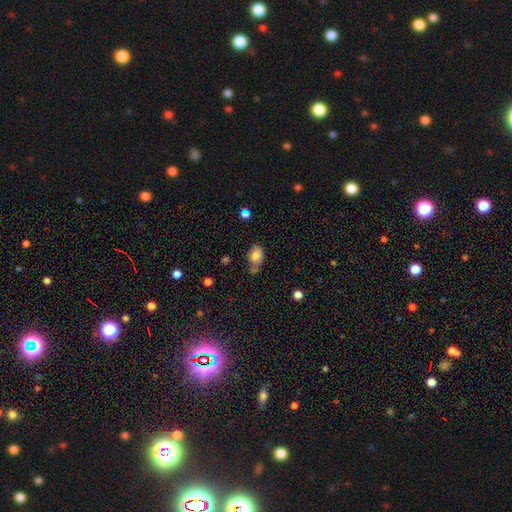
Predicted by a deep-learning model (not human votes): Smooth or featured: smooth — 82% (featured or disk — 9%)
How rounded: in between — 79% (round — 20%)
Merging: none — 54% (minor disturbance — 24%)